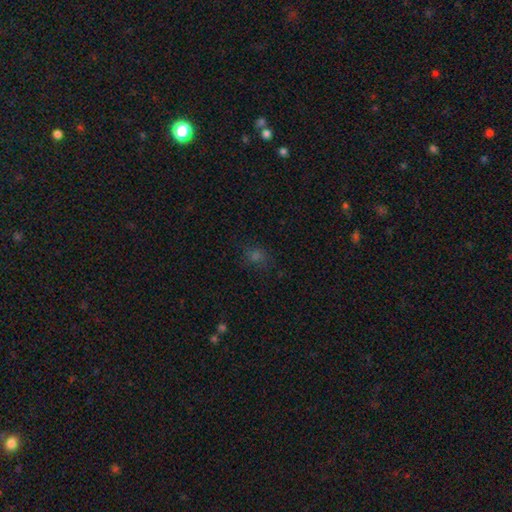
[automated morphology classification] smooth-or-featured: smooth: 52% | star or artifact: 37% | featured or disk: 11%
  how-rounded: round: 71% | in between: 28% | cigar-shaped: 1%
  merging: none: 79% | minor disturbance: 13% | major disturbance: 6% | merger: 2%